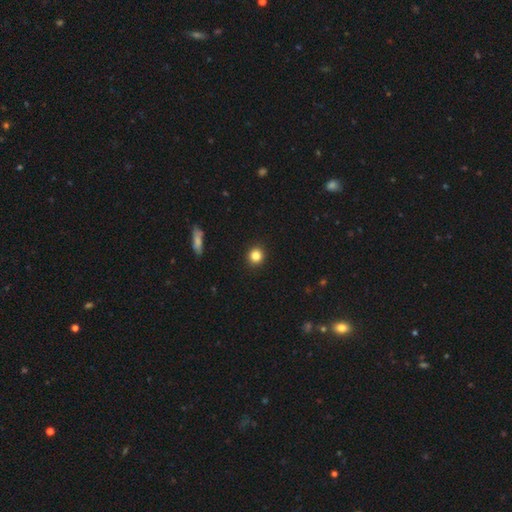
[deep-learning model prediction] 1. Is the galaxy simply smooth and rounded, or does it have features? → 84% smooth, 11% star or artifact, 5% featured or disk.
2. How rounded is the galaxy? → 89% round, 10% in between, 1% cigar-shaped.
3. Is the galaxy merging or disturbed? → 92% none, 5% minor disturbance, 2% major disturbance, 1% merger.